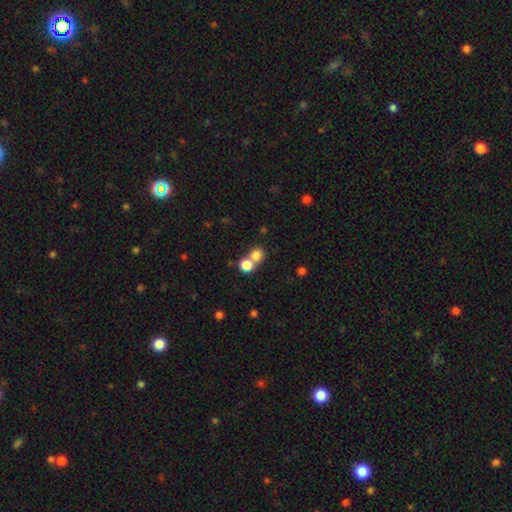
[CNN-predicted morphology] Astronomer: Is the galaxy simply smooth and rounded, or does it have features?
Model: smooth — 80%.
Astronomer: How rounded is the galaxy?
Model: round — 83%.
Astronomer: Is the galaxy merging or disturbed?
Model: merger — 49% (runner-up: none, 43%).